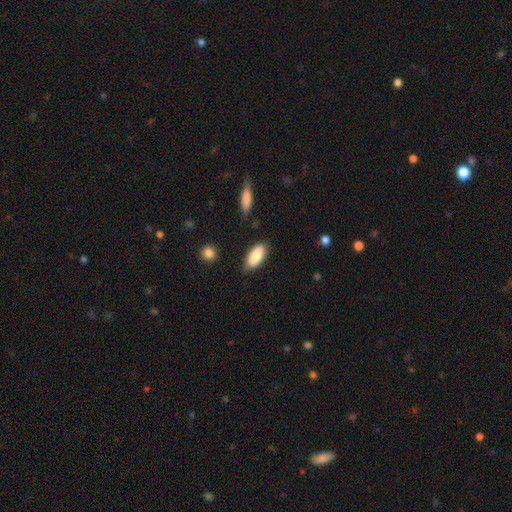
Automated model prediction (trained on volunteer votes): smooth_or_featured: smooth (p=0.83) [alt: featured or disk p=0.10]
how_rounded: in between (p=0.87) [alt: cigar-shaped p=0.11]
merging: none (p=0.78) [alt: minor disturbance p=0.16]